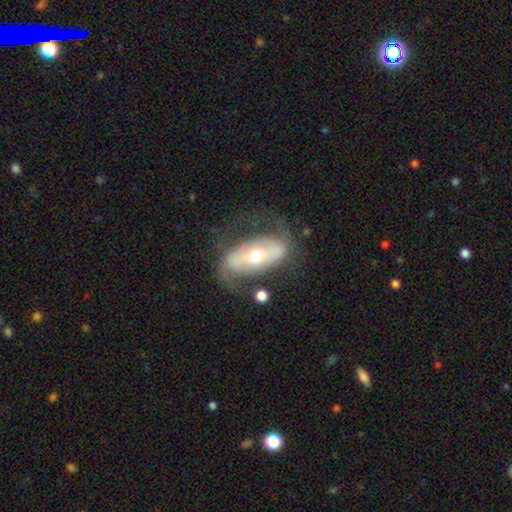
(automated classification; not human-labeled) featured or disk 75%, smooth 19%, star or artifact 6%. Down the decision tree: edge-on disk — no (91%); bar — strong (45%); spiral arms — yes (74%); spiral arm count — 2 (82%); spiral winding — medium (41%); bulge size — moderate (71%); merging — none (61%).